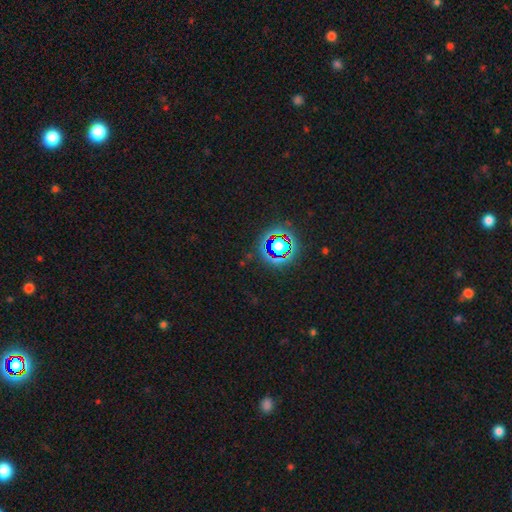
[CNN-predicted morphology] Smooth or featured: star or artifact — 79% (smooth — 13%)